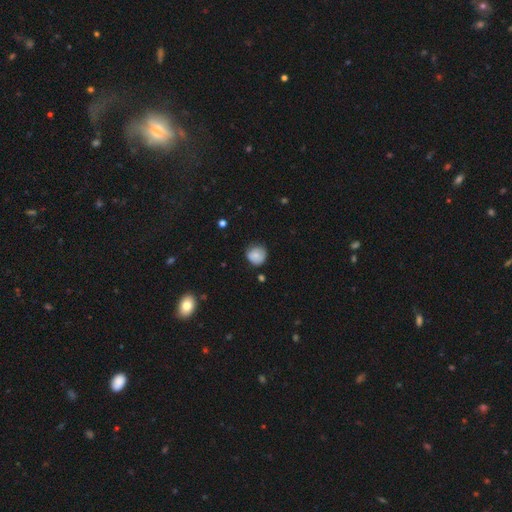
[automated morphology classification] This appears to be a smooth galaxy with no disk features (80%) that is round (87%). Merging: none (67%).